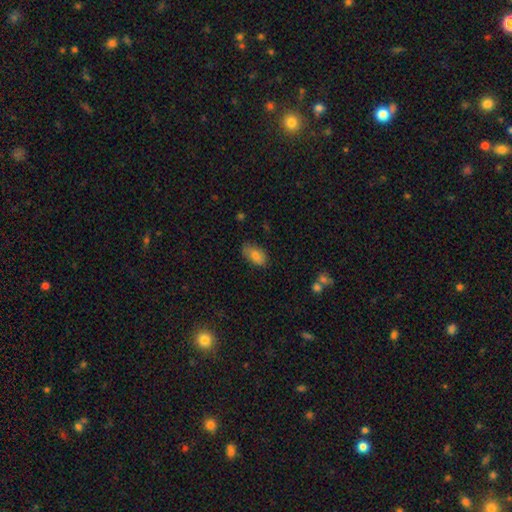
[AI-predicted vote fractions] This appears to be a smooth galaxy with no disk features (80%) that is in between round and cigar-shaped (92%). Merging: none (75%).